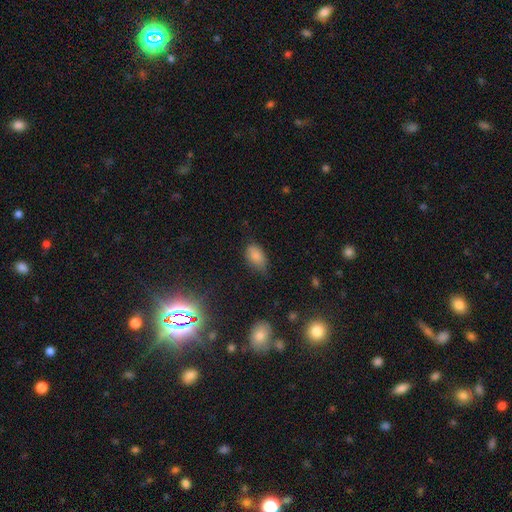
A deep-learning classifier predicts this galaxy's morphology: Smooth or featured? smooth (83%)
How rounded? in between (91%)
Merging? none (59%)